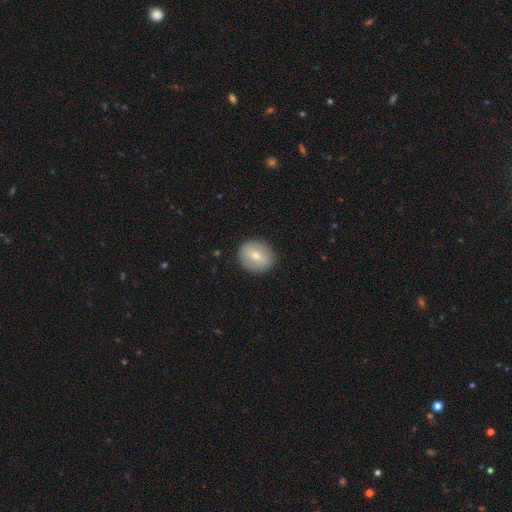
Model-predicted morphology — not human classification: smooth-or-featured: smooth: 66% | featured or disk: 26% | star or artifact: 8%
  how-rounded: round: 79% | in between: 20% | cigar-shaped: 1%
  merging: none: 88% | minor disturbance: 9% | major disturbance: 3% | merger: 1%